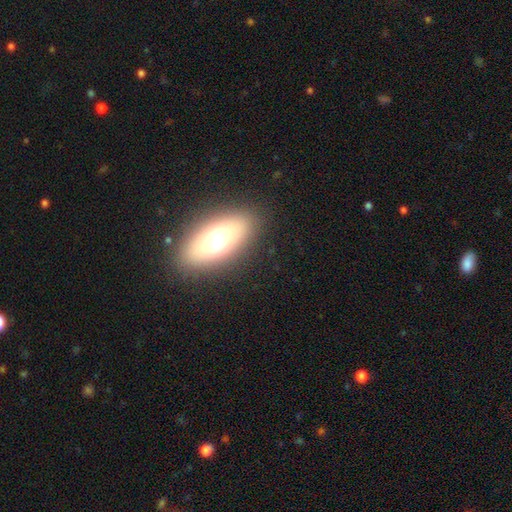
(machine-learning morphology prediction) smooth-or-featured: smooth: 58% | featured or disk: 31% | star or artifact: 11%
  how-rounded: in between: 81% | cigar-shaped: 14% | round: 5%
  merging: none: 88% | minor disturbance: 8% | major disturbance: 3% | merger: 1%